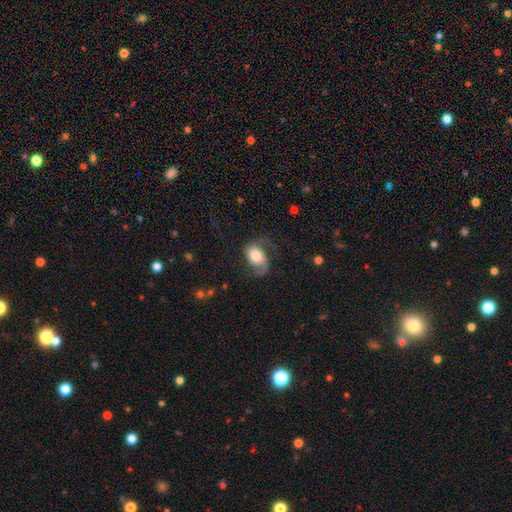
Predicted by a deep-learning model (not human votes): Overall: featured or disk (51%; smooth 41%). Edge-on disk: no (96%). Merging: none (48%; major disturbance 25%).